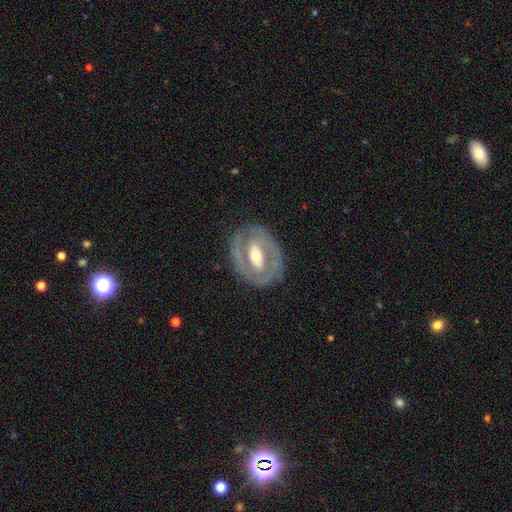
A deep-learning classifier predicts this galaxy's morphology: smooth-or-featured: featured or disk: 75% | smooth: 21% | star or artifact: 5%
  disk-edge-on: no: 93% | yes: 7%
    bar: strong: 38% | weak: 32% | no: 30%
    has-spiral-arms: no: 55% | yes: 45%
    bulge-size: moderate: 64% | small: 24% | large: 9% | dominant: 1% | none: 1%
  merging: none: 79% | minor disturbance: 13% | major disturbance: 6% | merger: 1%